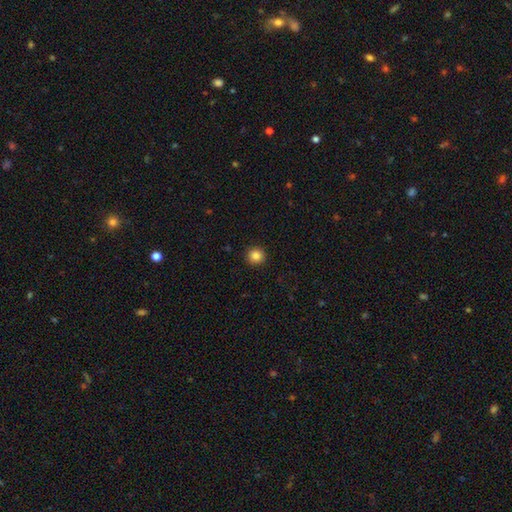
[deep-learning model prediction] smooth_or_featured: smooth (p=0.85) [alt: star or artifact p=0.11]
how_rounded: round (p=0.94) [alt: in between p=0.05]
merging: none (p=0.93) [alt: minor disturbance p=0.04]